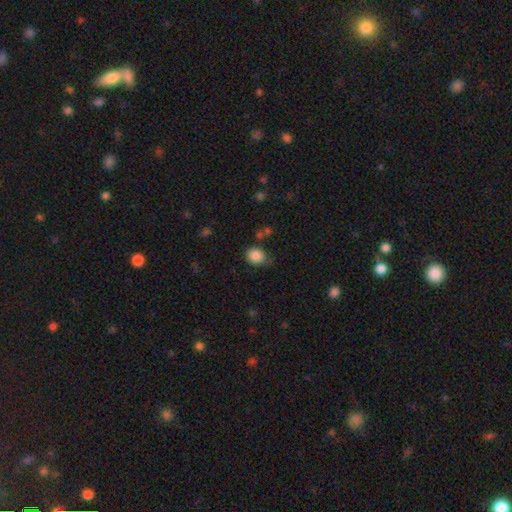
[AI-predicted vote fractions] Smooth or featured? smooth (85%)
How rounded? round (70%)
Merging? none (67%)